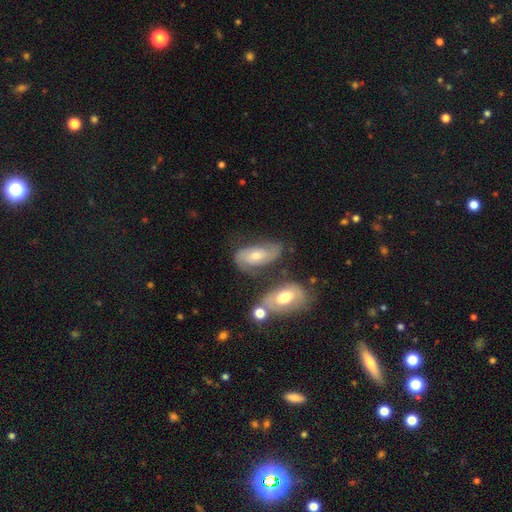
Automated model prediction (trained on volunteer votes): smooth_or_featured: featured or disk (p=0.60) [alt: smooth p=0.30]
disk_edge_on: no (p=0.92) [alt: yes p=0.08]
bar: no (p=0.64) [alt: weak p=0.29]
has_spiral_arms: yes (p=0.83) [alt: no p=0.17]
bulge_size: moderate (p=0.59) [alt: small p=0.32]
merging: none (p=0.50) [alt: minor disturbance p=0.23]